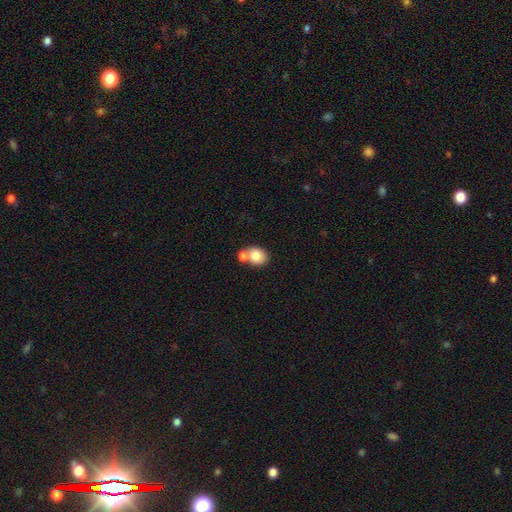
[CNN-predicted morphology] Smooth or featured: smooth — 79% (featured or disk — 12%)
How rounded: round — 52% (in between — 47%)
Merging: merger — 45% (none — 43%)